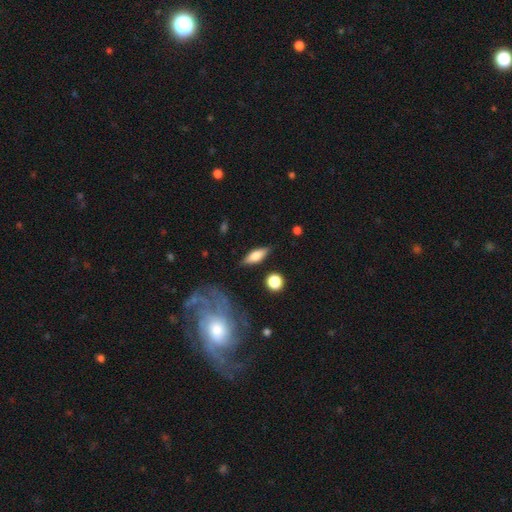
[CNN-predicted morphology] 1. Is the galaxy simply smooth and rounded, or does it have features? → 59% smooth, 34% featured or disk, 7% star or artifact.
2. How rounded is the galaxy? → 60% in between, 35% cigar-shaped, 4% round.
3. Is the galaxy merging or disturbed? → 83% none, 11% minor disturbance, 3% major disturbance, 3% merger.